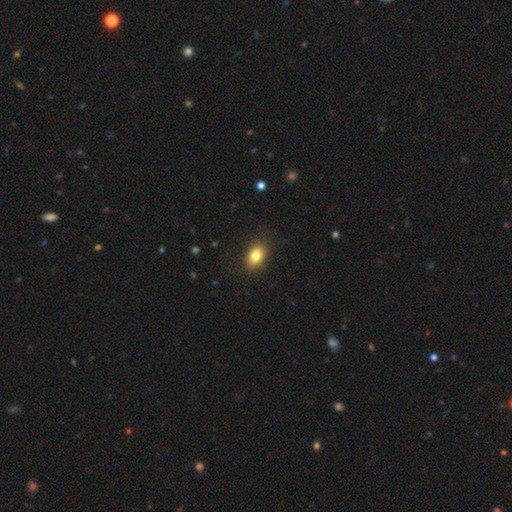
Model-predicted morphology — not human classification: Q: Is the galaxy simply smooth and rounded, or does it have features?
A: smooth — 81%.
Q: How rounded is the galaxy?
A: in between — 76%.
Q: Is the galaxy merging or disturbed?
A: none — 85%.